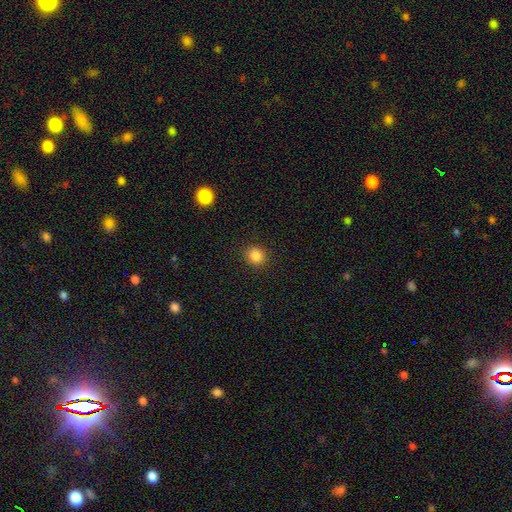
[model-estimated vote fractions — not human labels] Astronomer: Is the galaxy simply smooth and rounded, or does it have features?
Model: smooth — 85%.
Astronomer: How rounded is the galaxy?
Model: round — 81%.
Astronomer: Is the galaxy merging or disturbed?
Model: none — 90%.